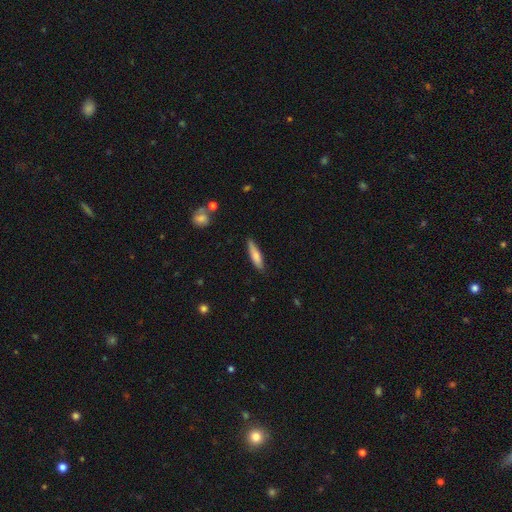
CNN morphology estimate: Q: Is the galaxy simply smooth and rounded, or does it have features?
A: smooth — 76%.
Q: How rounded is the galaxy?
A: cigar-shaped — 77%.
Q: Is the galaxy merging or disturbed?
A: none — 80%.